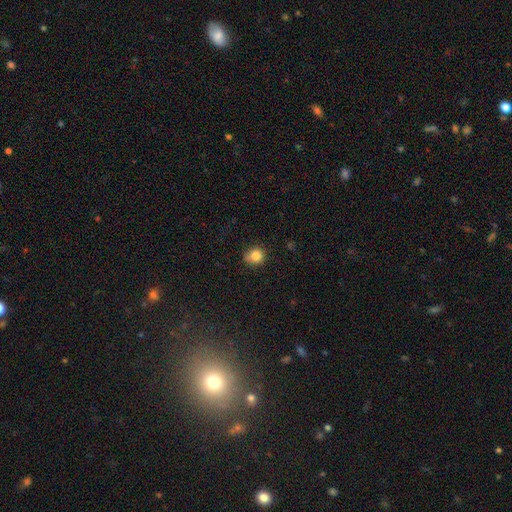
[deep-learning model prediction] smooth_or_featured: smooth (p=0.83) [alt: star or artifact p=0.11]
how_rounded: round (p=0.83) [alt: in between p=0.16]
merging: none (p=0.67) [alt: minor disturbance p=0.24]